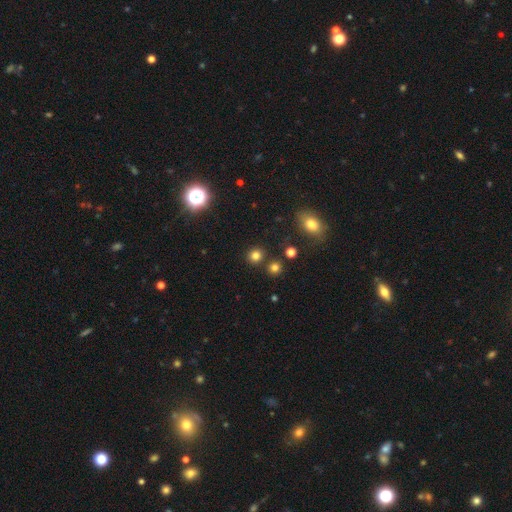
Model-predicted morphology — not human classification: Q: Smooth or featured?
A: smooth (78%); runner-up: star or artifact (17%)
Q: How rounded?
A: round (89%); runner-up: in between (10%)
Q: Merging?
A: none (85%); runner-up: merger (6%)